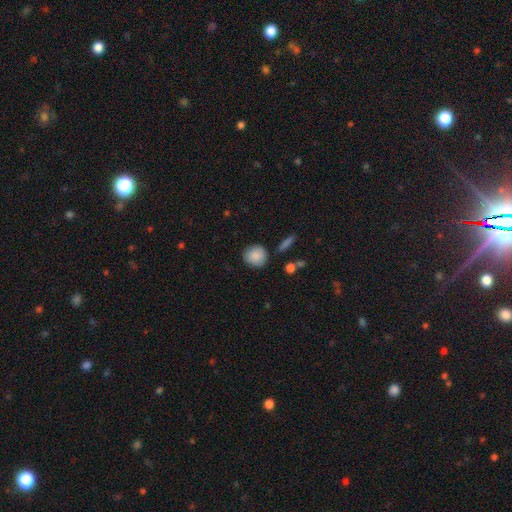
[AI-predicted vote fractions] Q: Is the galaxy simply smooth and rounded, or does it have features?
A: smooth — 87%.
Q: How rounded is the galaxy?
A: round — 88%.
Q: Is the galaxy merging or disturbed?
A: none — 84%.